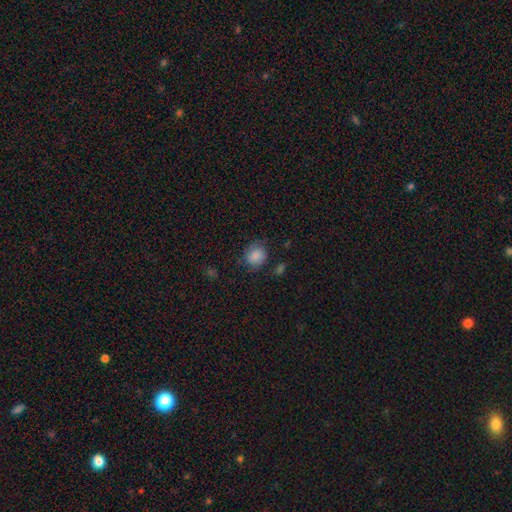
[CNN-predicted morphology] Smooth or featured?
  - smooth: 85% *
  - star or artifact: 9%
  - featured or disk: 6%
How rounded?
  - round: 67% *
  - in between: 32%
  - cigar-shaped: 1%
Merging?
  - none: 72% *
  - minor disturbance: 20%
  - major disturbance: 6%
  - merger: 3%